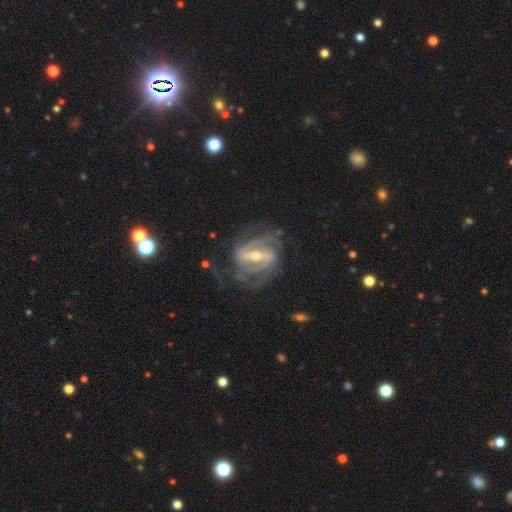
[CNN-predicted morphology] type=featured or disk (89%); edge-on=no (94%); bar=strong (70%); spiral arms=yes (94%); winding=medium (43%); arm count=2 (55%); bulge=moderate (55%); merging=none (63%).